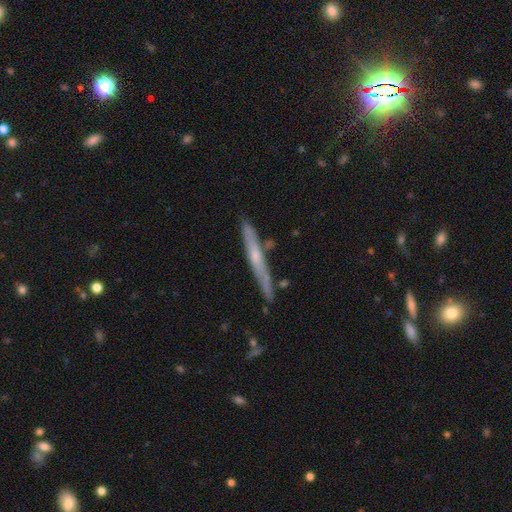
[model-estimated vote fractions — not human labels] Overall: featured or disk (58%; smooth 36%). Edge-on disk: yes (93%). Edge-on bulge: none (53%; rounded 41%). Merging: none (80%).